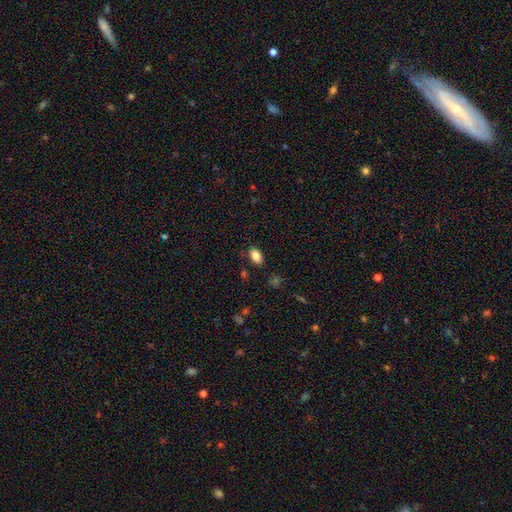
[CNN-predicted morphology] A smooth galaxy with no disk features (84%) that is in between round and cigar-shaped (89%).

Vote fractions:
- Smooth or featured? smooth: 84% / star or artifact: 9% / featured or disk: 7%
- How rounded? in between: 89% / round: 9% / cigar-shaped: 2%
- Merging? none: 83% / minor disturbance: 12% / major disturbance: 3% / merger: 2%